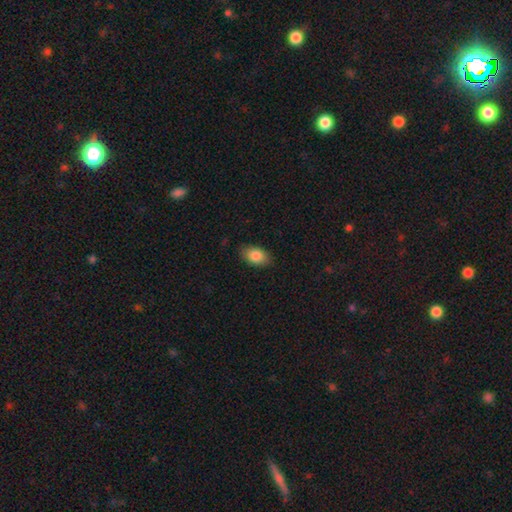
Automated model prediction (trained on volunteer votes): A smooth galaxy with no disk features (85%) that is in between round and cigar-shaped (90%). Merging: none (85%).